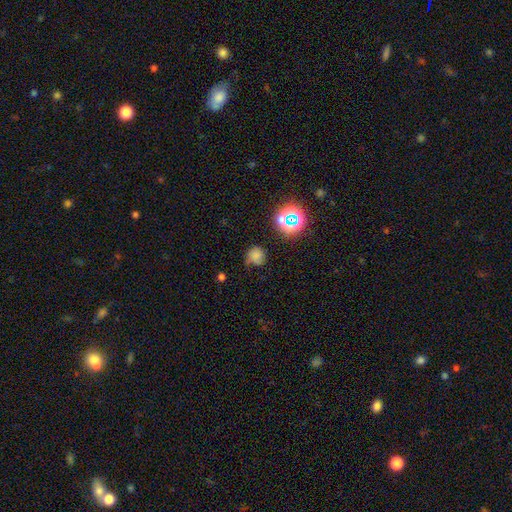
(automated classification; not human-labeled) smooth_or_featured: smooth (p=0.68) [alt: star or artifact p=0.22]
how_rounded: round (p=0.83) [alt: in between p=0.16]
merging: none (p=0.59) [alt: minor disturbance p=0.26]